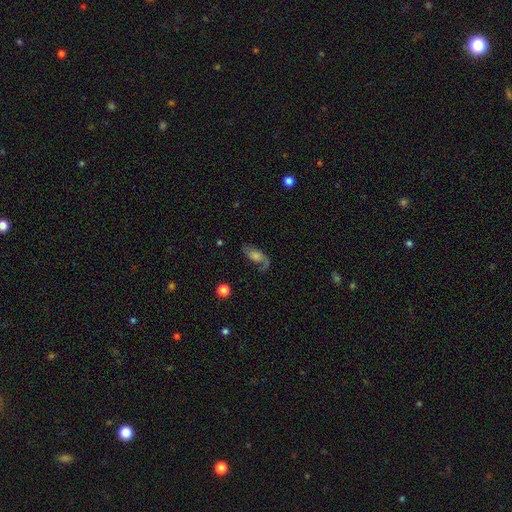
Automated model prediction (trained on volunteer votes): A featured or disk galaxy (66%) with no bar (66%), 2 (64%) loose (53%) spiral arms (90%) and a moderate central bulge (40%).

Vote fractions:
- Smooth or featured? featured or disk: 66% / smooth: 25% / star or artifact: 9%
- Edge-on disk? no: 92% / yes: 8%
- Bar? no: 66% / weak: 28% / strong: 6%
- Spiral arms? yes: 90% / no: 10%
- Spiral winding? loose: 53% / medium: 34% / tight: 13%
- Spiral arm count? 2: 64% / 1: 28% / can't tell: 6% / 3: 1% / 4: 1% / more than 4: 1%
- Bulge size? moderate: 40% / small: 27% / large: 19% / none: 11% / dominant: 3%
- Merging? none: 59% / minor disturbance: 21% / major disturbance: 17% / merger: 3%